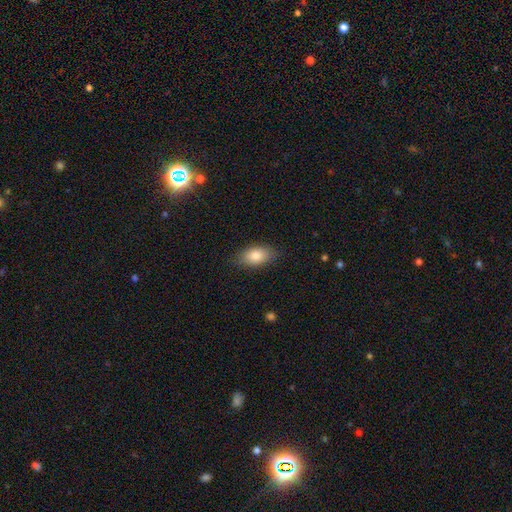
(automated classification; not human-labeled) smooth-or-featured: smooth: 84% | featured or disk: 9% | star or artifact: 7%
  how-rounded: in between: 90% | round: 6% | cigar-shaped: 4%
  merging: none: 83% | minor disturbance: 12% | major disturbance: 3% | merger: 1%